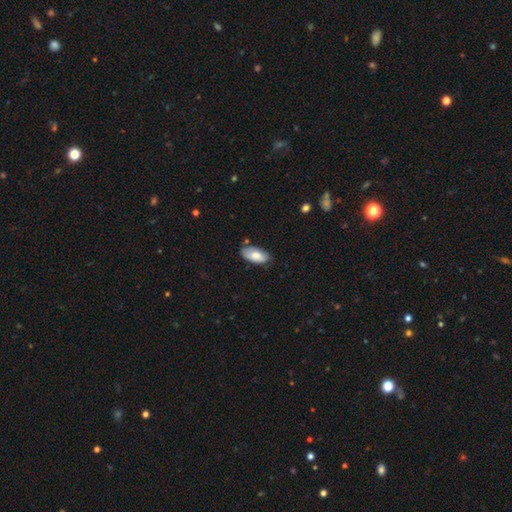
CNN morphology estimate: smooth_or_featured: smooth (p=0.77) [alt: featured or disk p=0.17]
how_rounded: in between (p=0.94) [alt: cigar-shaped p=0.04]
merging: none (p=0.74) [alt: minor disturbance p=0.20]